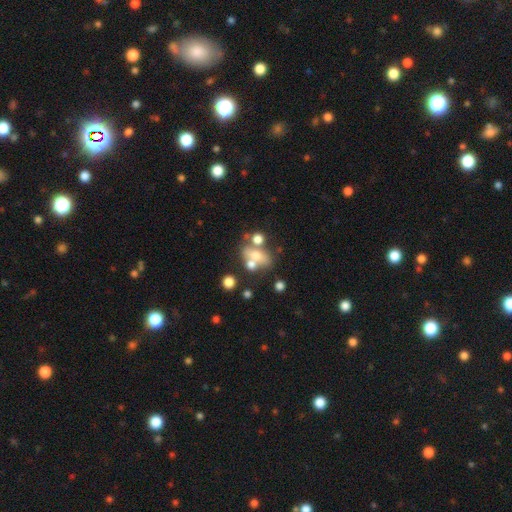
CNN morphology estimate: The model was most divided on "merging": merger: 42%, none: 37%, minor disturbance: 13%, major disturbance: 9%. More confident: how rounded — in between (65%); smooth or featured — smooth (55%).